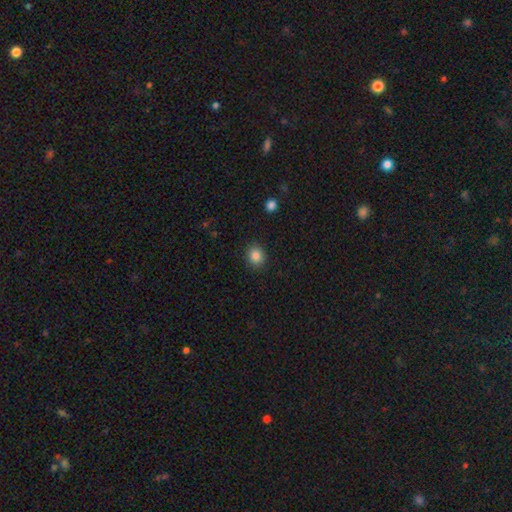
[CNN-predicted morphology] smooth_or_featured: smooth (p=0.85) [alt: star or artifact p=0.10]
how_rounded: round (p=0.68) [alt: in between p=0.31]
merging: none (p=0.90) [alt: minor disturbance p=0.07]